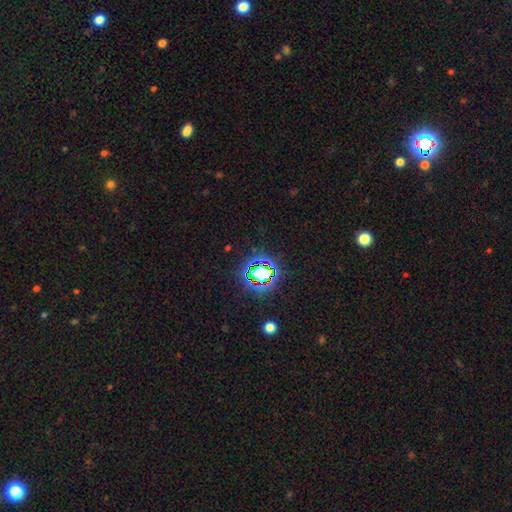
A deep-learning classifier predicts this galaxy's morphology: This is likely a star or artifact rather than a galaxy (79%).